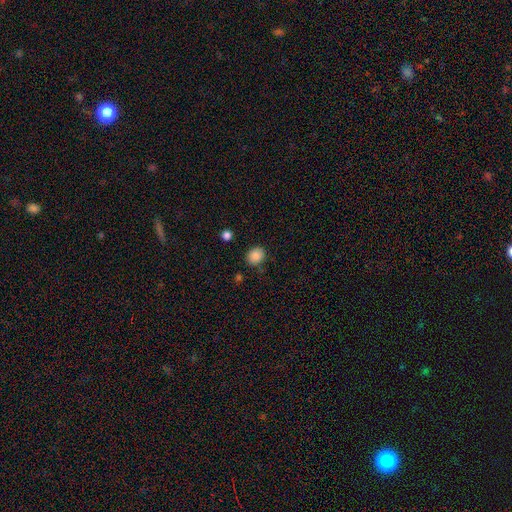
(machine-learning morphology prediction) smooth 85%, star or artifact 10%, featured or disk 5%. Down the decision tree: how rounded — round (65%); merging — none (82%).